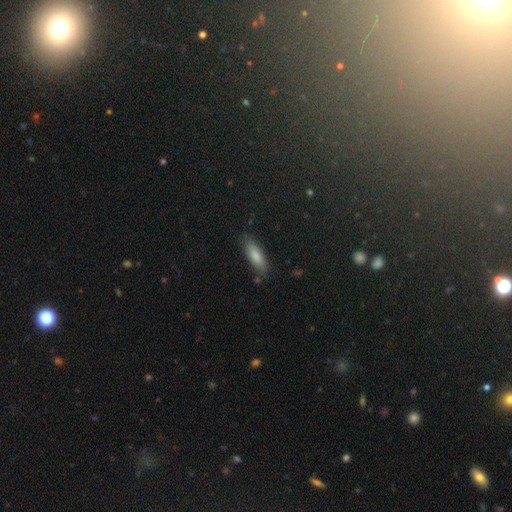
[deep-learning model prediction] Q: Smooth or featured?
A: smooth (82%); runner-up: featured or disk (12%)
Q: How rounded?
A: in between (56%); runner-up: cigar-shaped (42%)
Q: Merging?
A: none (81%); runner-up: minor disturbance (14%)